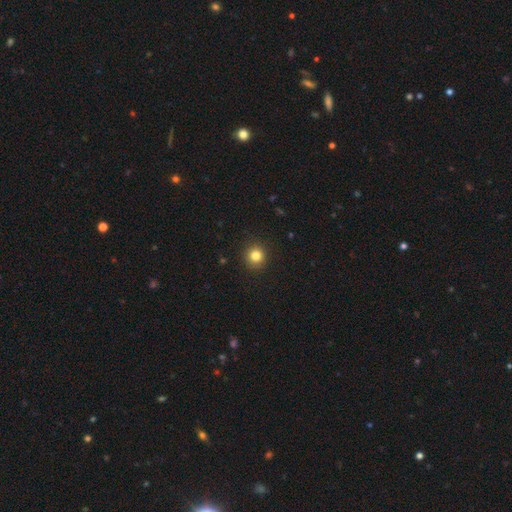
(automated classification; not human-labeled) A smooth galaxy with no disk features (83%) that is round (93%). Merging: none (92%).